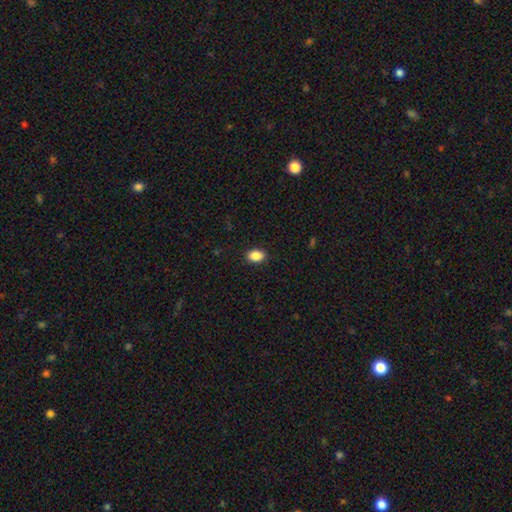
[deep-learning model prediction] The model was most divided on "how rounded": in between: 79%, round: 20%, cigar-shaped: 1%. More confident: merging — none (89%); smooth or featured — smooth (88%).